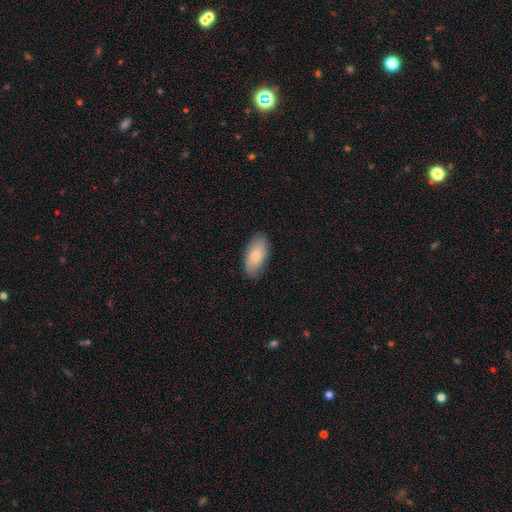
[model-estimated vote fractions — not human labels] Smooth or featured?
  - smooth: 81% *
  - featured or disk: 13%
  - star or artifact: 6%
How rounded?
  - in between: 93% *
  - cigar-shaped: 5%
  - round: 2%
Merging?
  - none: 79% *
  - minor disturbance: 17%
  - major disturbance: 3%
  - merger: 1%